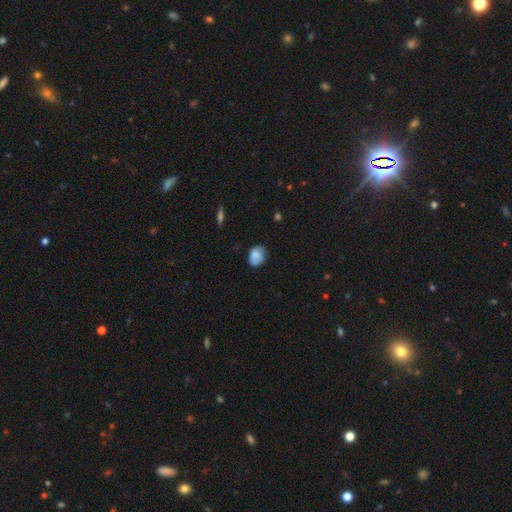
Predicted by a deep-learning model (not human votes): Smooth or featured?
  - smooth: 78% *
  - featured or disk: 14%
  - star or artifact: 8%
How rounded?
  - in between: 61% *
  - round: 38%
  - cigar-shaped: 1%
Merging?
  - none: 67% *
  - minor disturbance: 26%
  - major disturbance: 5%
  - merger: 2%